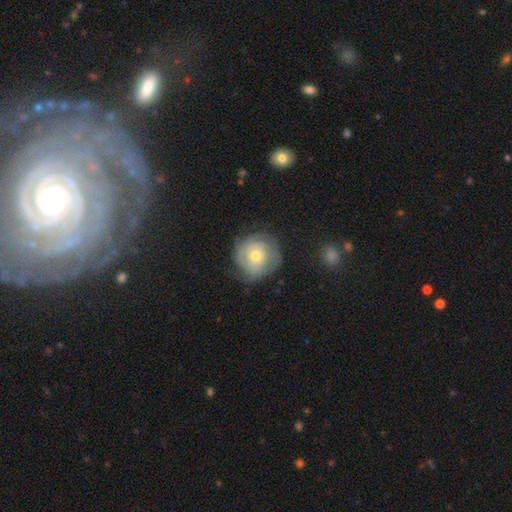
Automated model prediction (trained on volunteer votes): Smooth or featured? featured or disk (56%)
Edge-on disk? no (97%)
Bar? no (84%)
Spiral arms? yes (71%)
Bulge size? moderate (60%)
Merging? none (67%)